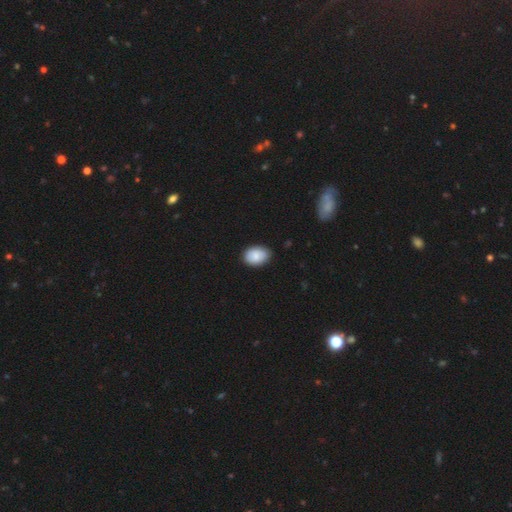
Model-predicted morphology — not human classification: A smooth galaxy with no disk features (87%) that is in between round and cigar-shaped (80%). Merging: none (85%).